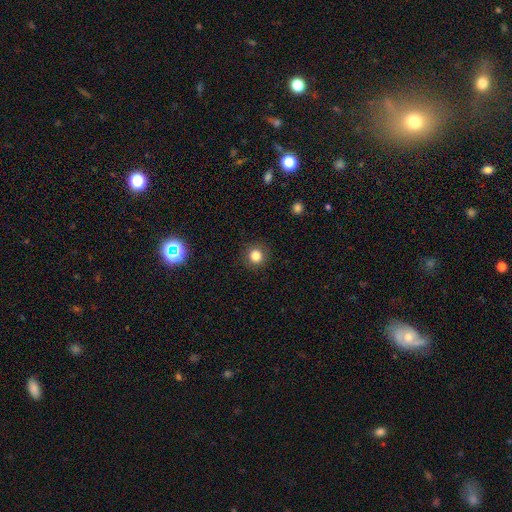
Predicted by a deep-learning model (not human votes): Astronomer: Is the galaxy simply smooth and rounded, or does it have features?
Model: smooth — 83%.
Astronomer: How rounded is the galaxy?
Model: round — 92%.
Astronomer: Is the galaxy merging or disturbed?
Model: none — 90%.